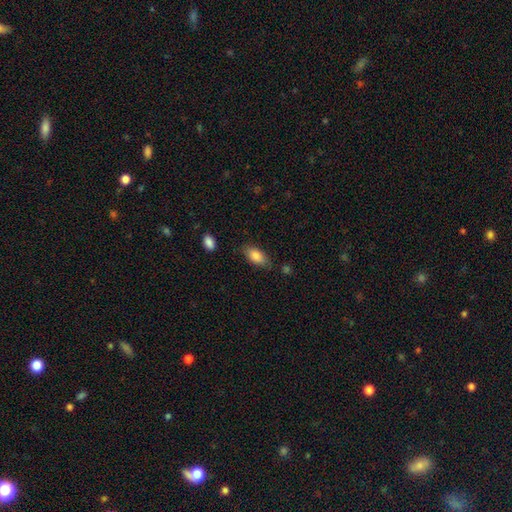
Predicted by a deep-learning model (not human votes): A smooth galaxy with no disk features (84%) that is in between round and cigar-shaped (90%).

Vote fractions:
- Smooth or featured? smooth: 84% / featured or disk: 9% / star or artifact: 7%
- How rounded? in between: 90% / cigar-shaped: 7% / round: 3%
- Merging? none: 75% / minor disturbance: 18% / major disturbance: 4% / merger: 3%